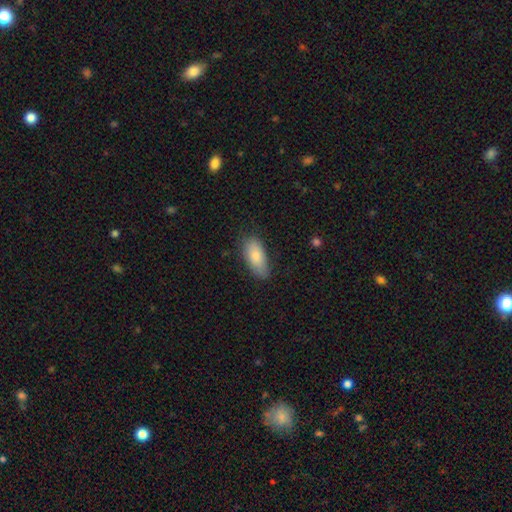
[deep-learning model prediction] This is clearly a smooth galaxy (83%). How rounded: clearly in between (86%). Merging: likely none (74%).